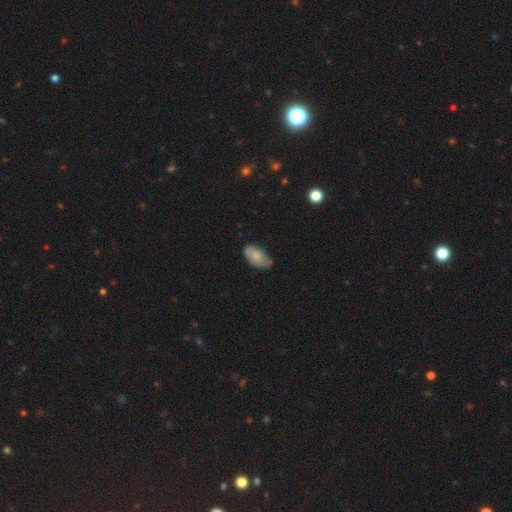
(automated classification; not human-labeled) A smooth galaxy with no disk features (74%) that is in between round and cigar-shaped (94%). Merging: none (66%).